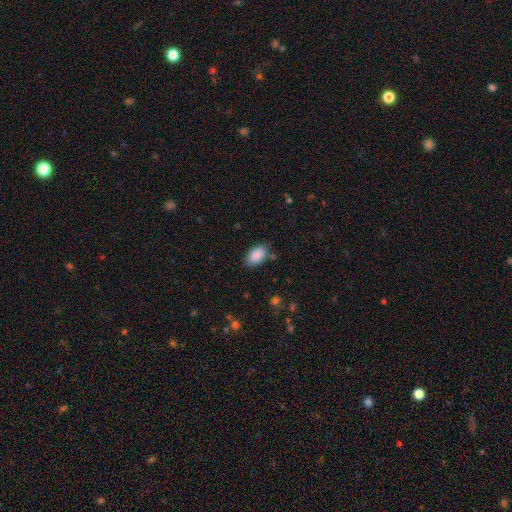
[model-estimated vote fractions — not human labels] The model was most divided on "merging": none: 82%, minor disturbance: 13%, major disturbance: 3%, merger: 2%. More confident: how rounded — in between (93%); smooth or featured — smooth (89%).